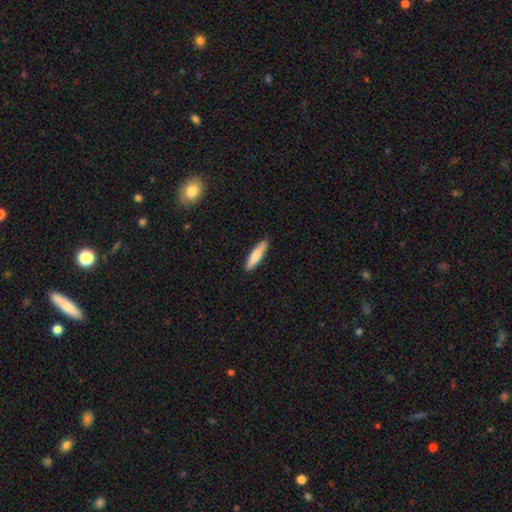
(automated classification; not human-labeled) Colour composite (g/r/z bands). It shows a smooth galaxy with no disk features (77%) that is cigar-shaped (82%). Merging: none (89%).